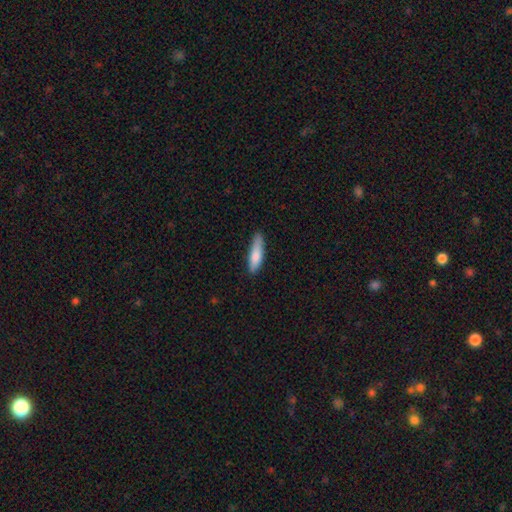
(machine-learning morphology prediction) Q: Smooth or featured?
A: smooth (78%); runner-up: featured or disk (16%)
Q: How rounded?
A: cigar-shaped (71%); runner-up: in between (28%)
Q: Merging?
A: none (78%); runner-up: minor disturbance (18%)